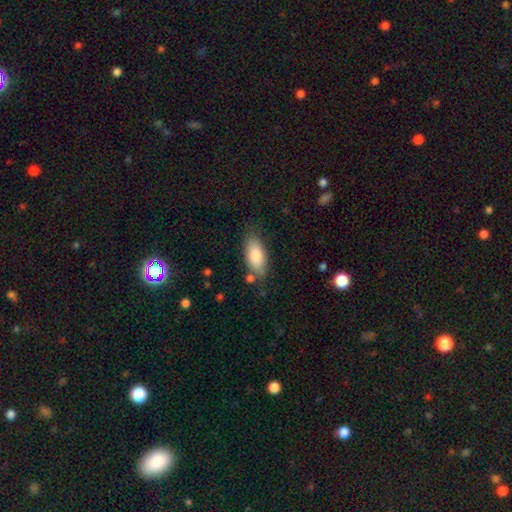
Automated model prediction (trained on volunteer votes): This is clearly a smooth galaxy (82%). How rounded: clearly in between (85%). Merging: likely none (75%).